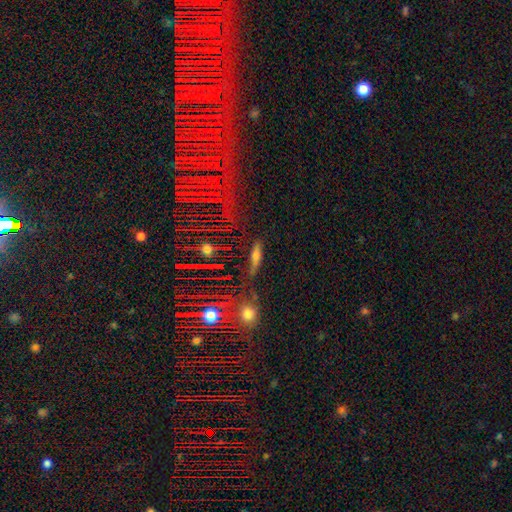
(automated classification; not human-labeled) smooth 48%, featured or disk 39%, star or artifact 13%. Down the decision tree: merging — none (76%).